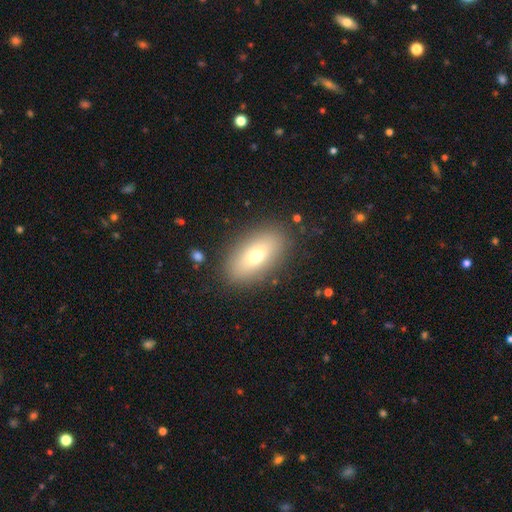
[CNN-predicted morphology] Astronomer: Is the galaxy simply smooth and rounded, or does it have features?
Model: smooth — 68%.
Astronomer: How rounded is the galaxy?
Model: in between — 87%.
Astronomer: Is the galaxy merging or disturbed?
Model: none — 85%.